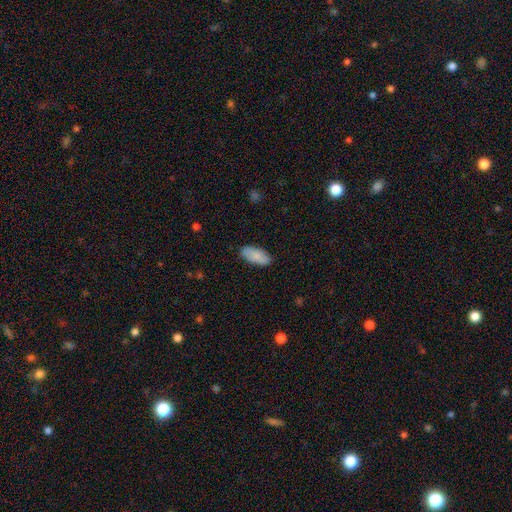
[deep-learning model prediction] Smooth or featured: smooth — 82% (featured or disk — 12%)
How rounded: in between — 88% (cigar-shaped — 10%)
Merging: none — 84% (minor disturbance — 12%)